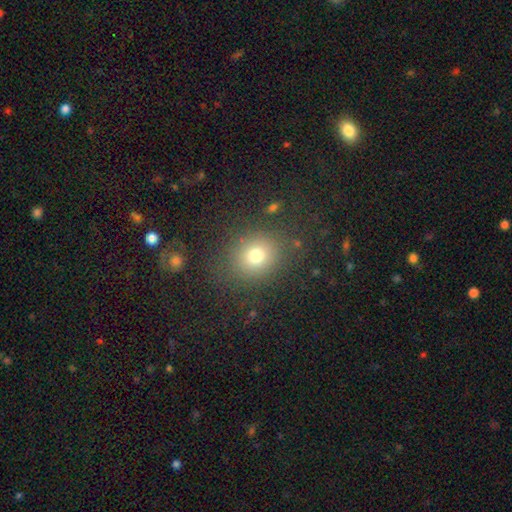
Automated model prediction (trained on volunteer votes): Smooth or featured? Predicted: smooth (p=0.76). How rounded? Predicted: round (p=0.72). Merging? Predicted: none (p=0.82).